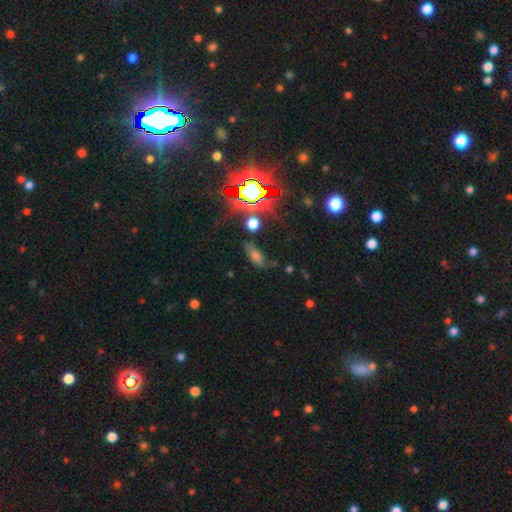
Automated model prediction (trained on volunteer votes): This appears to be a smooth galaxy with no disk features (46%). Merging: none (60%).